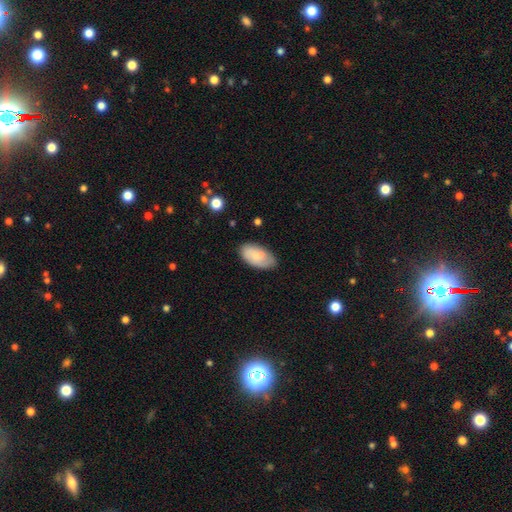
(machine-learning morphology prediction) This appears to be a smooth galaxy with no disk features (72%) that is in between round and cigar-shaped (95%). Merging: none (75%).